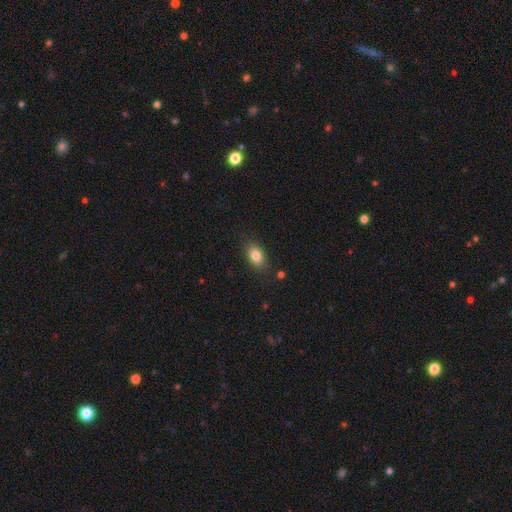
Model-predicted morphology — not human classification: This is clearly a smooth galaxy (82%). How rounded: clearly in between (82%). Merging: clearly none (84%).